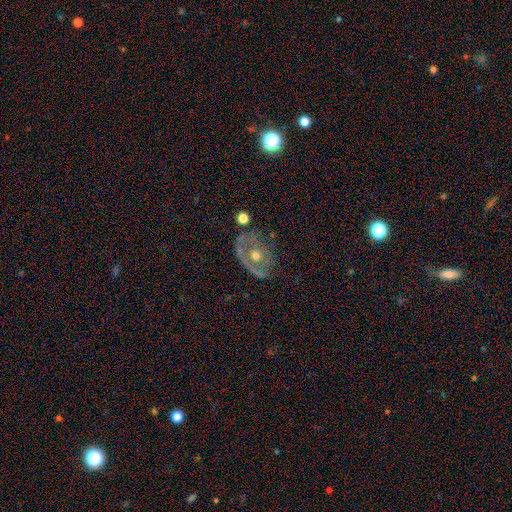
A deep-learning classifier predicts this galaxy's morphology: Smooth or featured? featured or disk (62%)
Edge-on disk? no (94%)
Bar? no (86%)
Spiral arms? no (65%)
Bulge size? moderate (71%)
Merging? none (55%)